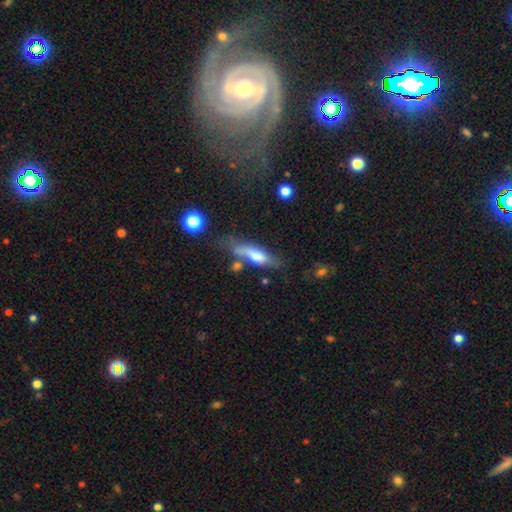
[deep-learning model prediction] This appears to be a smooth galaxy with no disk features (57%) that is cigar-shaped (63%). Merging: none (43%).